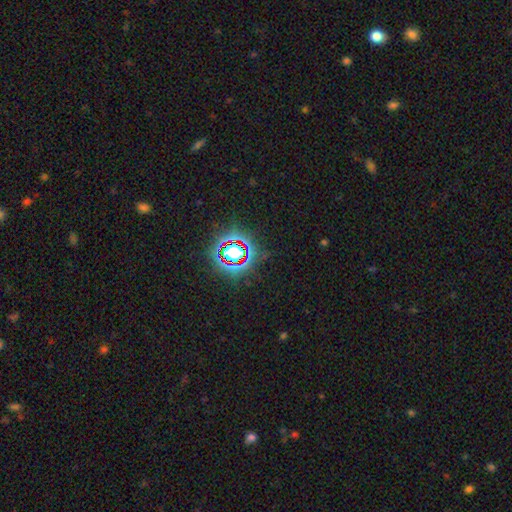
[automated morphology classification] Smooth or featured? Predicted: star or artifact (p=0.79).